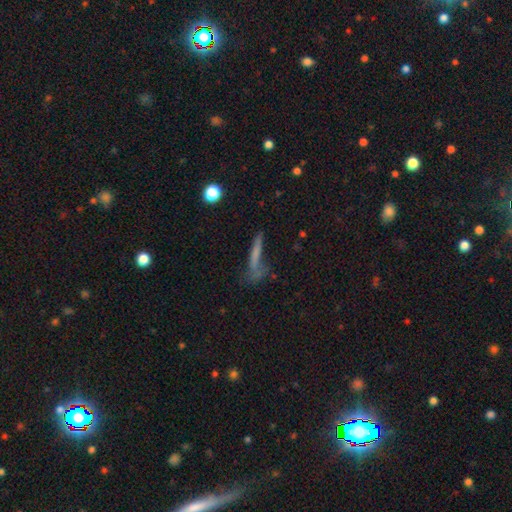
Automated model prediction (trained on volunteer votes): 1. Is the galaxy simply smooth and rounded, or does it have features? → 55% smooth, 31% featured or disk, 15% star or artifact.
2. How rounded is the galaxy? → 87% cigar-shaped, 9% in between, 3% round.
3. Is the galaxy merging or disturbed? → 48% none, 22% minor disturbance, 21% major disturbance, 9% merger.